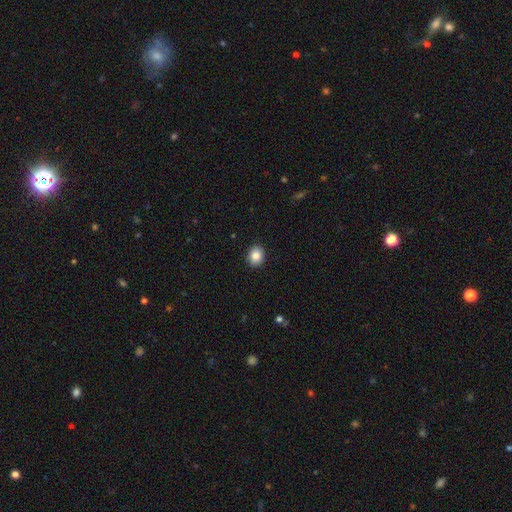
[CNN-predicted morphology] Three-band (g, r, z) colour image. It shows a smooth galaxy with no disk features (86%) that is round (53%). Merging: none (91%).